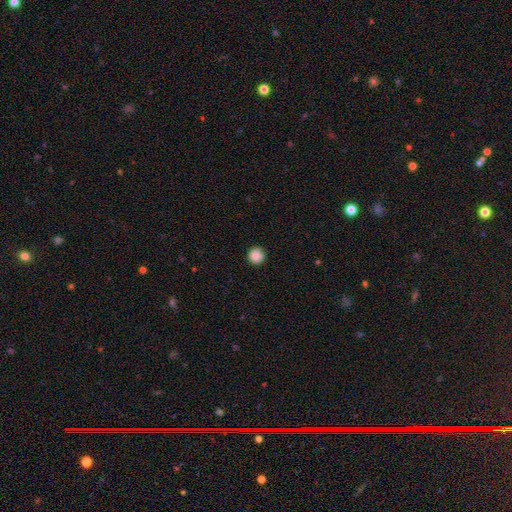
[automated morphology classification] A smooth galaxy with no disk features (88%) that is round (95%).

Vote fractions:
- Smooth or featured? smooth: 88% / star or artifact: 9% / featured or disk: 2%
- How rounded? round: 95% / in between: 4% / cigar-shaped: 1%
- Merging? none: 92% / minor disturbance: 6% / major disturbance: 2% / merger: 1%